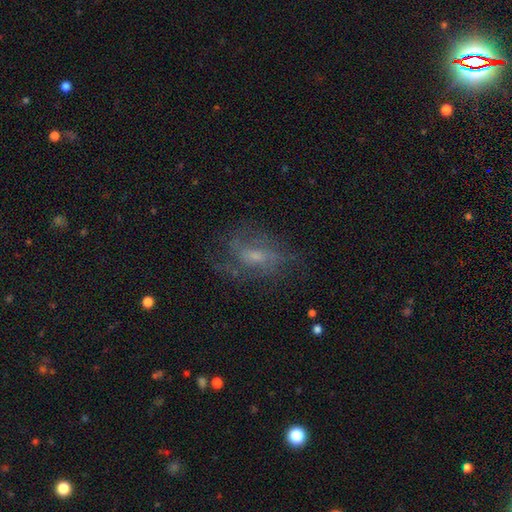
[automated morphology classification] Q: Smooth or featured?
A: featured or disk (68%); runner-up: smooth (21%)
Q: Edge-on disk?
A: no (95%); runner-up: yes (5%)
Q: Bar?
A: no (50%); runner-up: weak (42%)
Q: Spiral arms?
A: yes (81%); runner-up: no (19%)
Q: Spiral winding?
A: medium (45%); runner-up: tight (28%)
Q: Spiral arm count?
A: can't tell (38%); runner-up: 2 (29%)
Q: Bulge size?
A: small (53%); runner-up: moderate (32%)
Q: Merging?
A: none (62%); runner-up: minor disturbance (20%)